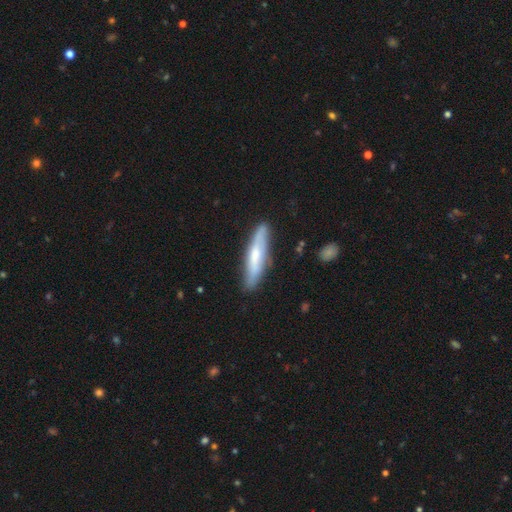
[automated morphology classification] A smooth galaxy with no disk features (55%) that is cigar-shaped (80%). Merging: none (80%).